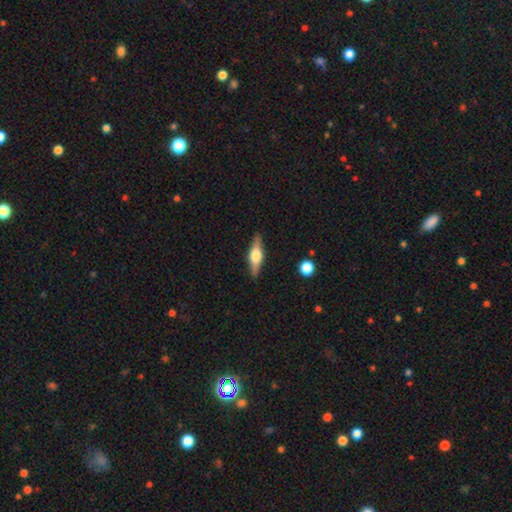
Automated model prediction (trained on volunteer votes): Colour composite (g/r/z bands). It shows a featured or disk galaxy (64%) viewed edge-on (96%) with a rounded central bulge (90%). Merging: none (88%).